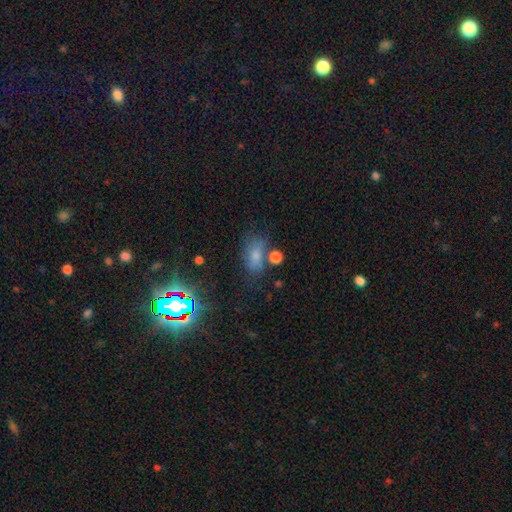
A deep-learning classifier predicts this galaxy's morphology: This is likely a smooth galaxy (68%). How rounded: clearly in between (84%). Merging: possibly none (58%).